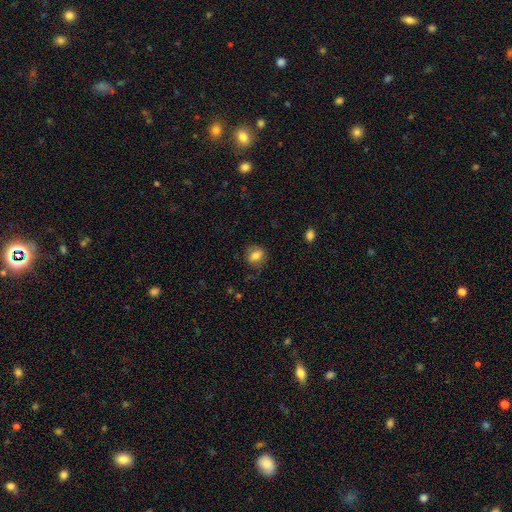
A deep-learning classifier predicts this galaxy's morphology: A smooth galaxy with no disk features (79%) that is round (56%). Merging: none (79%).